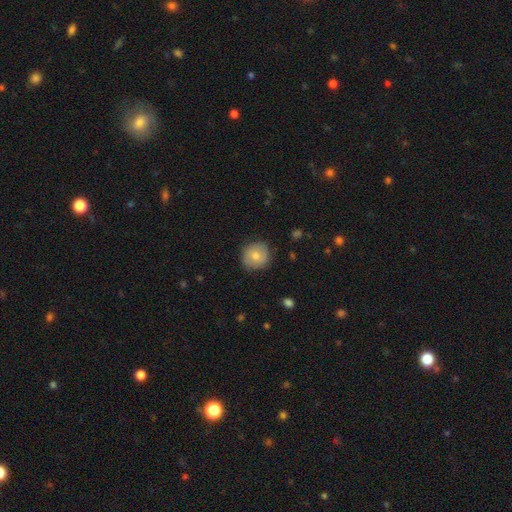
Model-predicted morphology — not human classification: A smooth galaxy with no disk features (75%) that is round (89%).

Vote fractions:
- Smooth or featured? smooth: 75% / featured or disk: 18% / star or artifact: 7%
- How rounded? round: 89% / in between: 10% / cigar-shaped: 1%
- Merging? none: 85% / minor disturbance: 11% / major disturbance: 3% / merger: 1%